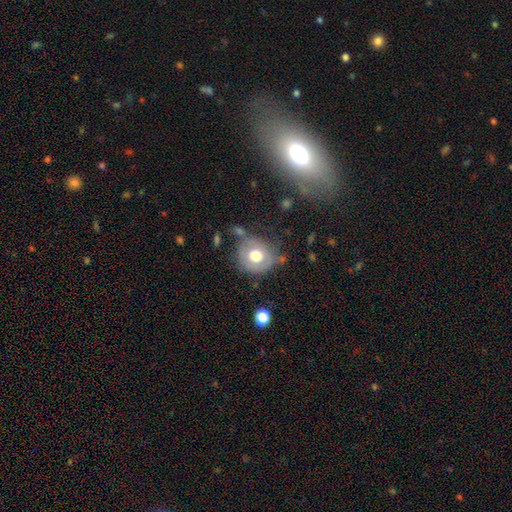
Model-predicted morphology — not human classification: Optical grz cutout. It shows a smooth galaxy with no disk features (65%) that is round (84%). Merging: none (61%).